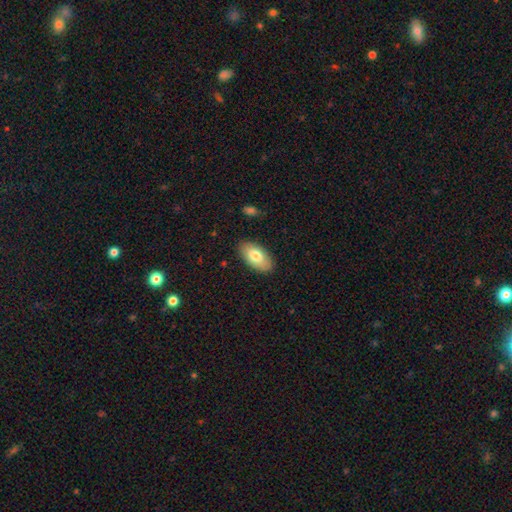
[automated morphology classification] type=smooth (77%); roundness=in between (94%); merging=none (86%).